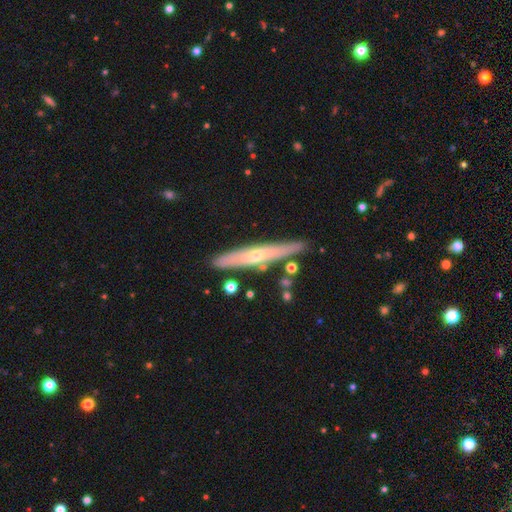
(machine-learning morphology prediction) featured or disk 59%, smooth 35%, star or artifact 6%. Down the decision tree: edge-on disk — yes (83%); merging — none (83%).